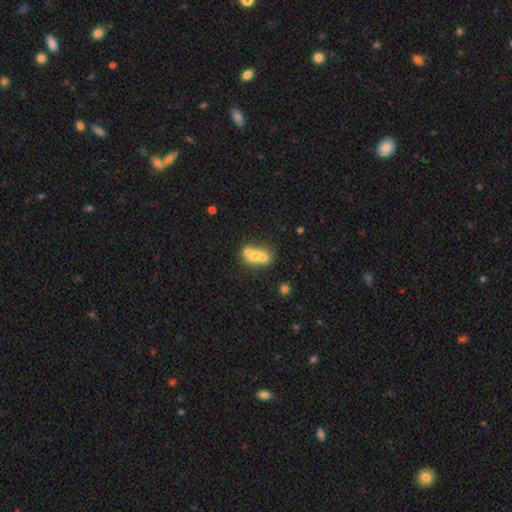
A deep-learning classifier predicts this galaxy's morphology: A smooth galaxy with no disk features (57%) that is round (58%).

Vote fractions:
- Smooth or featured? smooth: 57% / featured or disk: 31% / star or artifact: 12%
- How rounded? round: 58% / in between: 41% / cigar-shaped: 1%
- Merging? merger: 65% / none: 24% / minor disturbance: 7% / major disturbance: 4%